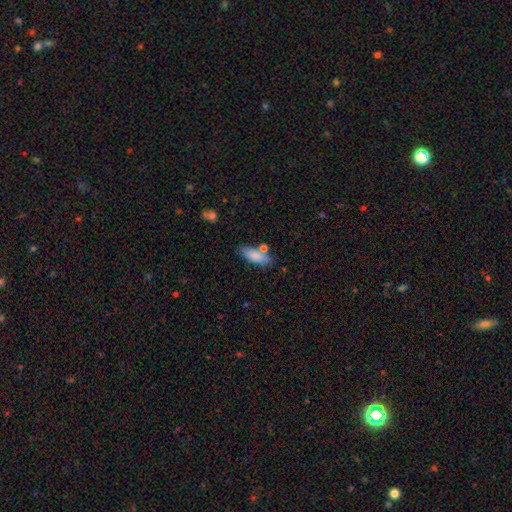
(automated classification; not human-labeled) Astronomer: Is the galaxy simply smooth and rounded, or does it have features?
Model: smooth — 83%.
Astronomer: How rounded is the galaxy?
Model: in between — 64%.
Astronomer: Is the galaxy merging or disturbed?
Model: none — 70%.